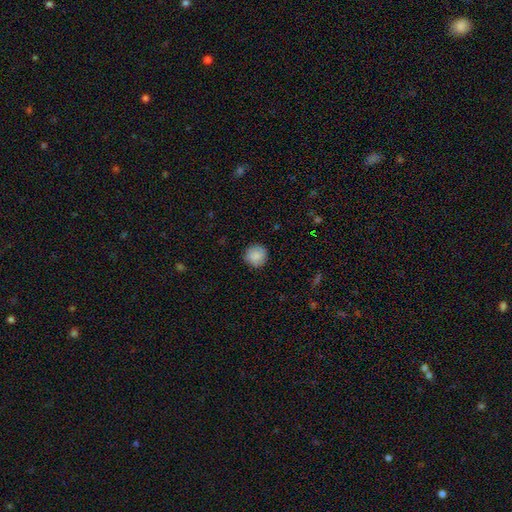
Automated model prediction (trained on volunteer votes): Morphology: type=smooth (87%); roundness=round (93%); merging=none (89%).